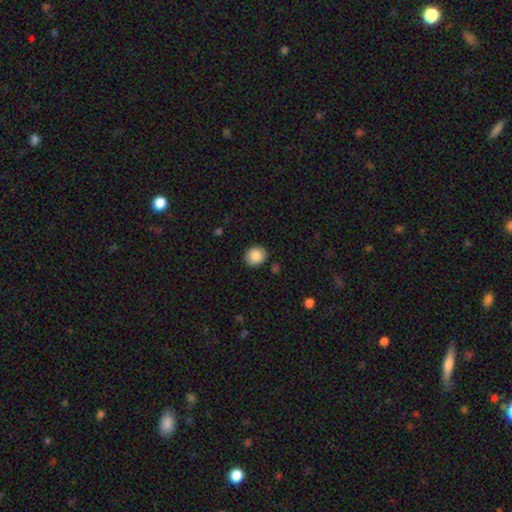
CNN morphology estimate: A smooth galaxy with no disk features (88%) that is round (86%). Merging: none (88%).